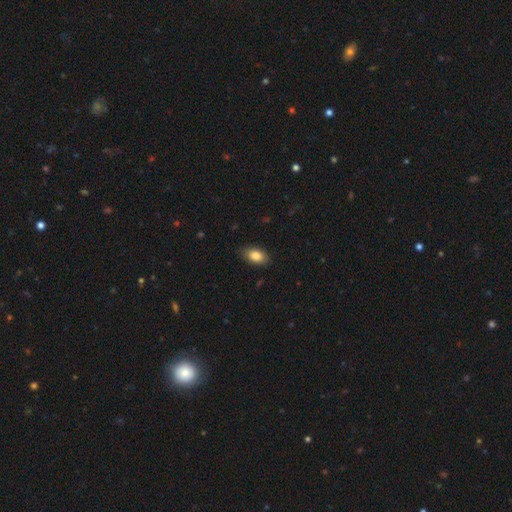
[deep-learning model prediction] Morphology: type=smooth (86%); roundness=in between (90%); merging=none (83%).